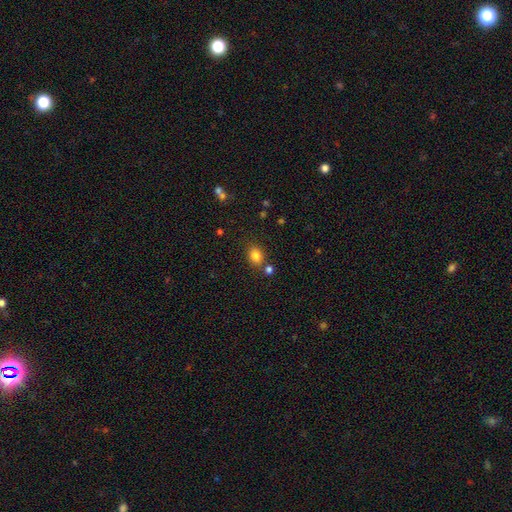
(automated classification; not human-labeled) Overall: smooth (82%). How rounded: in between (53%; round 46%). Merging: none (73%).